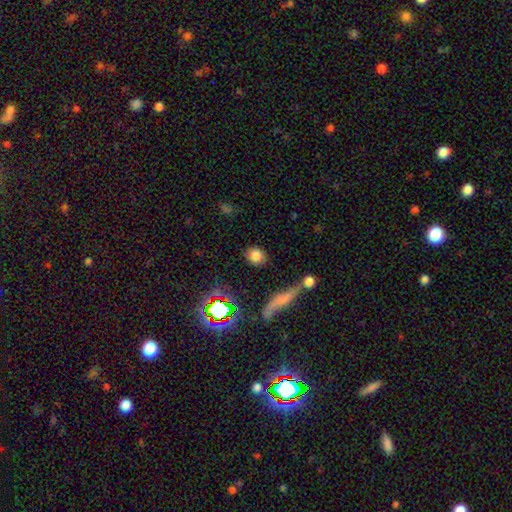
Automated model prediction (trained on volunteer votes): Q: Smooth or featured?
A: smooth (79%); runner-up: star or artifact (13%)
Q: How rounded?
A: round (72%); runner-up: in between (24%)
Q: Merging?
A: none (84%); runner-up: minor disturbance (9%)